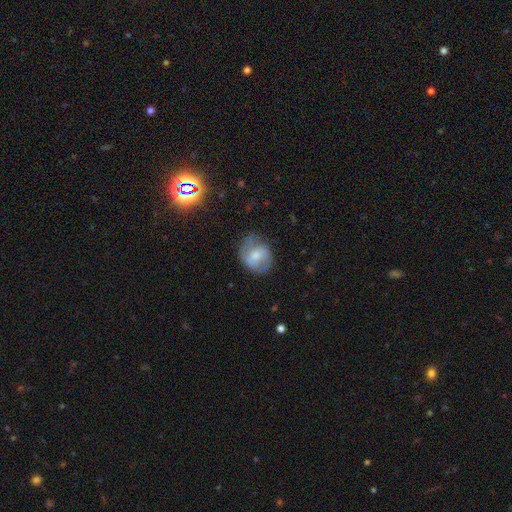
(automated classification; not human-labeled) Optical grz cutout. It shows a smooth galaxy with no disk features (48%). Merging: none (61%).